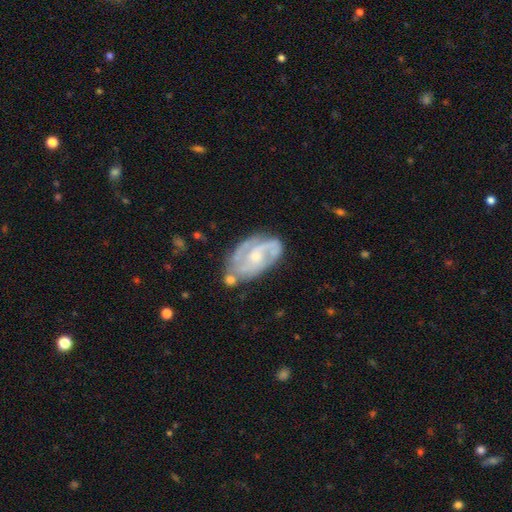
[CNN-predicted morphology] featured or disk 81%, smooth 13%, star or artifact 6%. Down the decision tree: edge-on disk — no (96%); bar — no (55%); spiral arms — yes (92%); spiral arm count — 2 (48%); spiral winding — tight (43%, tied with medium); bulge size — small (47%); merging — none (62%).